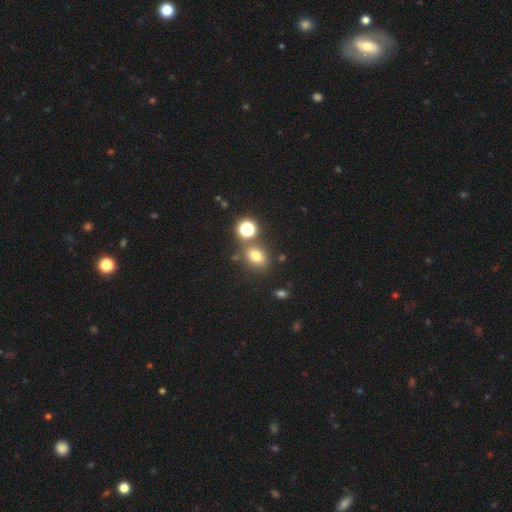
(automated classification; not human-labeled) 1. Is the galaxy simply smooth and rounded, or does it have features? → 74% smooth, 18% star or artifact, 9% featured or disk.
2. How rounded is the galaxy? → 55% in between, 44% round, 1% cigar-shaped.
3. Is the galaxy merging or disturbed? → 70% none, 13% merger, 12% minor disturbance, 4% major disturbance.